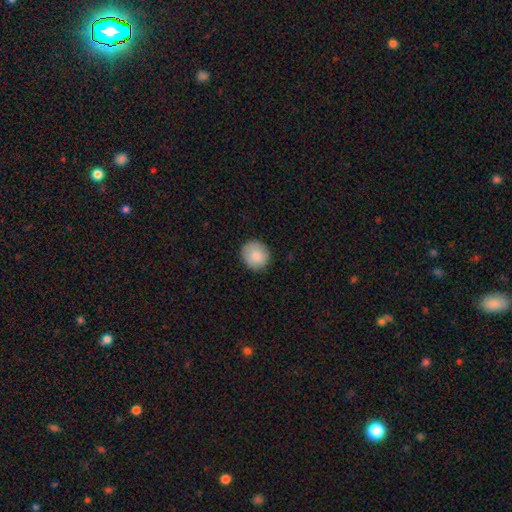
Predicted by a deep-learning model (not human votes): This appears to be a smooth galaxy with no disk features (86%) that is round (87%). Merging: none (87%).